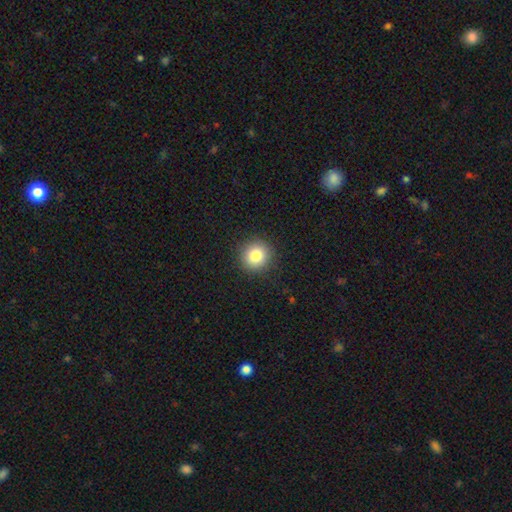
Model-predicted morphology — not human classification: smooth-or-featured: smooth: 84% | star or artifact: 10% | featured or disk: 6%
  how-rounded: round: 91% | in between: 8% | cigar-shaped: 1%
  merging: none: 91% | minor disturbance: 6% | major disturbance: 2% | merger: 1%